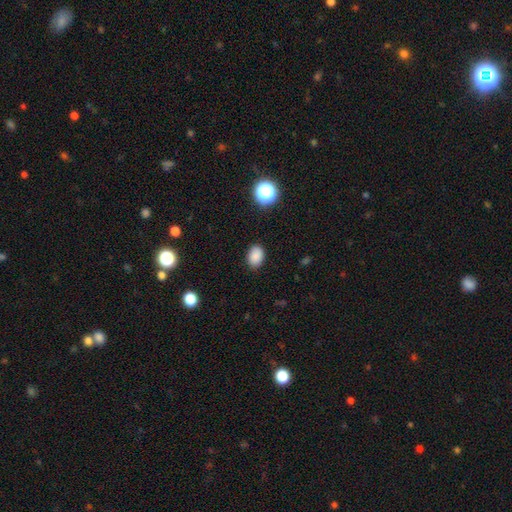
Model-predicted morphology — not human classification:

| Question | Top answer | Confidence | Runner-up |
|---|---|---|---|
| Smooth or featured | smooth | 86% | star or artifact (10%) |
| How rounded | in between | 77% | round (22%) |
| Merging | none | 86% | minor disturbance (10%) |